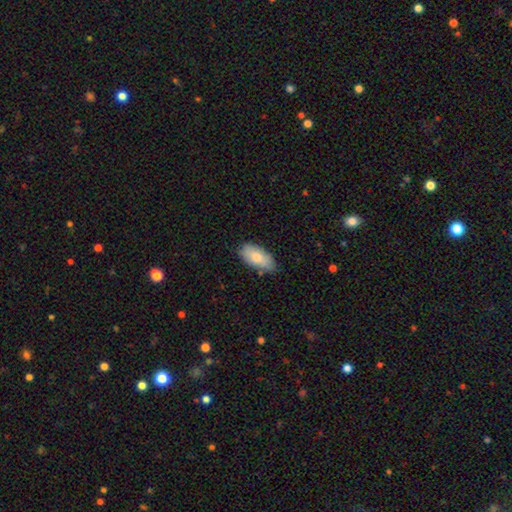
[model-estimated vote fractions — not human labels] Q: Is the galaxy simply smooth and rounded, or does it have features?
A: smooth — 79%.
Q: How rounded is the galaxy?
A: in between — 91%.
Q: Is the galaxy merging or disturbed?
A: none — 77%.